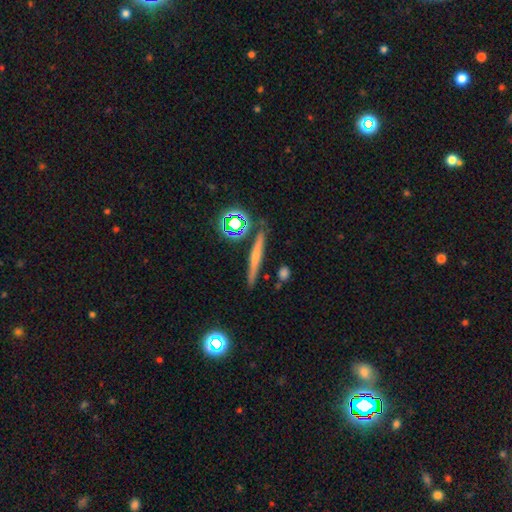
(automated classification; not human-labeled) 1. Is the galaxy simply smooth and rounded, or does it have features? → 48% featured or disk, 38% smooth, 14% star or artifact.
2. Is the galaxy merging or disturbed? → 86% none, 8% minor disturbance, 4% merger, 2% major disturbance.